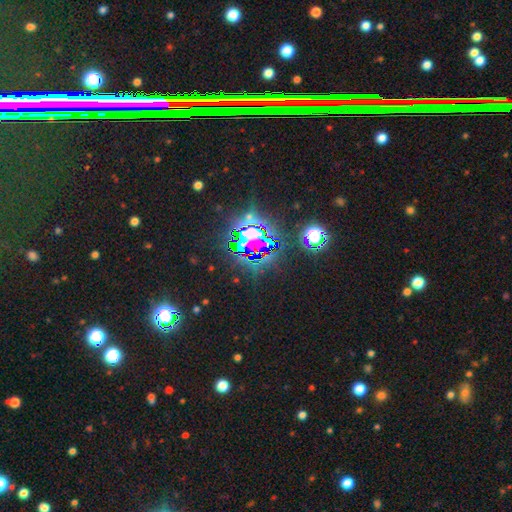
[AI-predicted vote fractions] smooth_or_featured: star or artifact (p=0.79) [alt: smooth p=0.12]